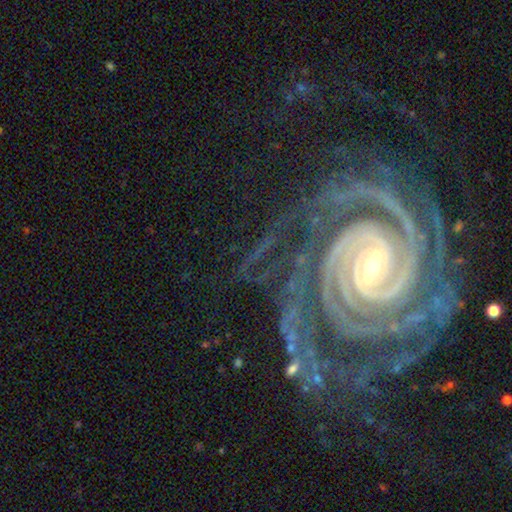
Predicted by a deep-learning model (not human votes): This is clearly a featured or disk galaxy (93%). It is clearly not viewed edge-on (98%). Bar: possibly strong (46%). Spiral arm pattern: clearly yes (99%). Spiral arm count: marginally 2 (25%). Spiral winding: clearly tight (83%). Central bulge: likely small (73%). Merging: likely none (70%).